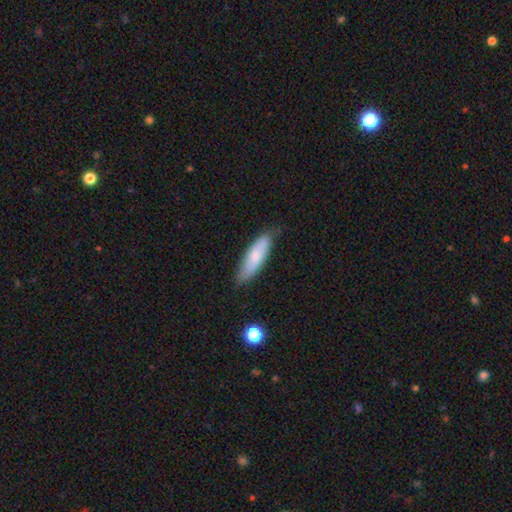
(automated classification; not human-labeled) A smooth galaxy with no disk features (72%) that is cigar-shaped (55%). Merging: none (75%).